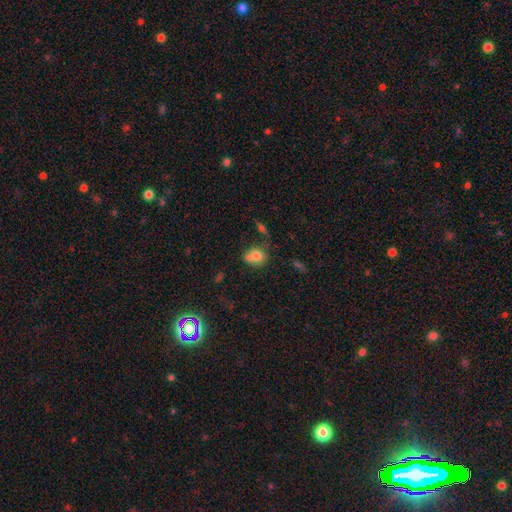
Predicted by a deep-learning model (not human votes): A smooth galaxy with no disk features (75%) that is round (61%). Merging: none (43%).